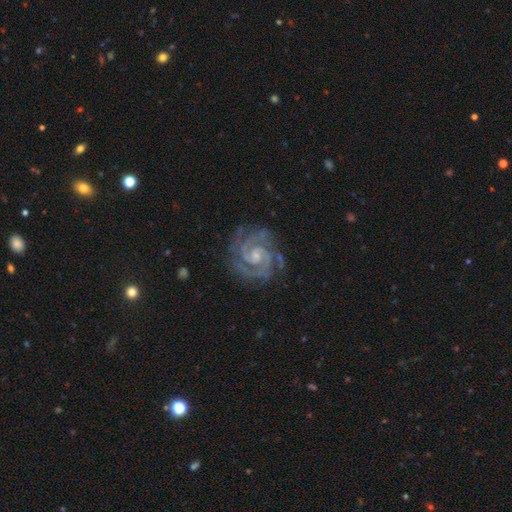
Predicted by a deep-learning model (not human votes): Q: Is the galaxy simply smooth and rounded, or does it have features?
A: featured or disk — 93%.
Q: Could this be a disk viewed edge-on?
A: no — 98%.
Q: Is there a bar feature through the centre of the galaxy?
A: no — 50%.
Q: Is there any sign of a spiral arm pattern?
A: yes — 99%.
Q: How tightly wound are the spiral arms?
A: tight — 72%.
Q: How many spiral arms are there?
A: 2 — 75%.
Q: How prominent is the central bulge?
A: small — 63%.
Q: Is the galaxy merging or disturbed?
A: none — 76%.